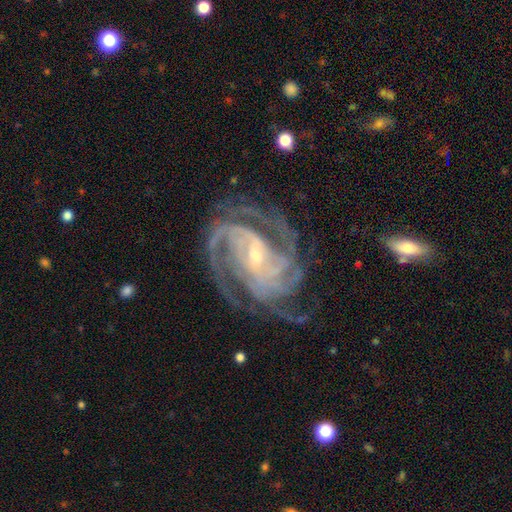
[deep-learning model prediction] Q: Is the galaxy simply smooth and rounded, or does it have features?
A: featured or disk — 92%.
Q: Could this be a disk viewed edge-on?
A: no — 97%.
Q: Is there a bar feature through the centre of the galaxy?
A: weak — 39%.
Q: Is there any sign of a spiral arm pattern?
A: yes — 99%.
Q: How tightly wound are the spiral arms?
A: tight — 60%.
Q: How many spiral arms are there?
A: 4 — 29%.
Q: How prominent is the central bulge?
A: small — 71%.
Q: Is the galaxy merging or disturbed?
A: none — 72%.